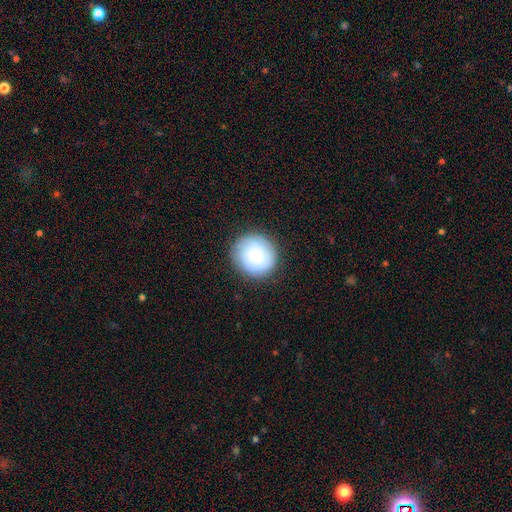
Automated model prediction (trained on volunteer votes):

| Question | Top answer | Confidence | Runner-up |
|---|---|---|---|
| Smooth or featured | smooth | 77% | featured or disk (15%) |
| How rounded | round | 91% | in between (8%) |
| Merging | none | 86% | minor disturbance (10%) |